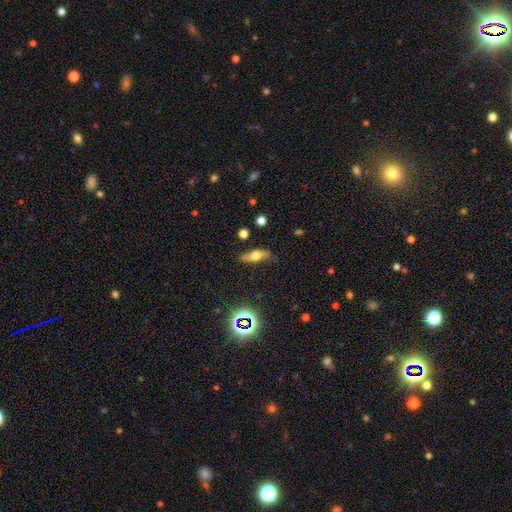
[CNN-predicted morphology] Smooth or featured?
  - smooth: 50% *
  - featured or disk: 39%
  - star or artifact: 12%
Merging?
  - none: 74% *
  - minor disturbance: 19%
  - major disturbance: 5%
  - merger: 2%